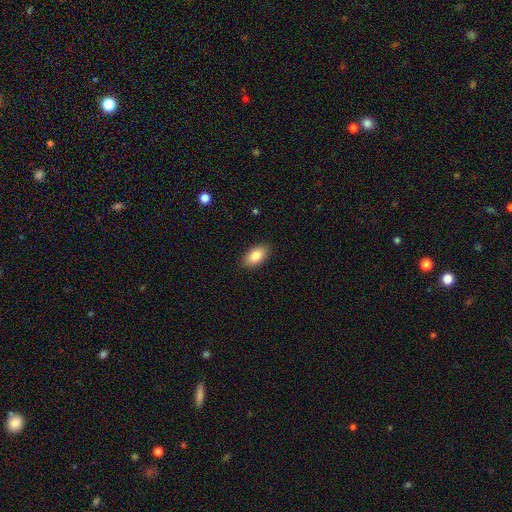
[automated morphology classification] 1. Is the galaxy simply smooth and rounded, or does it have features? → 84% smooth, 9% featured or disk, 7% star or artifact.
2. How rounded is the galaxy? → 93% in between, 5% round, 2% cigar-shaped.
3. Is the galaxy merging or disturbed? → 88% none, 9% minor disturbance, 2% major disturbance, 1% merger.